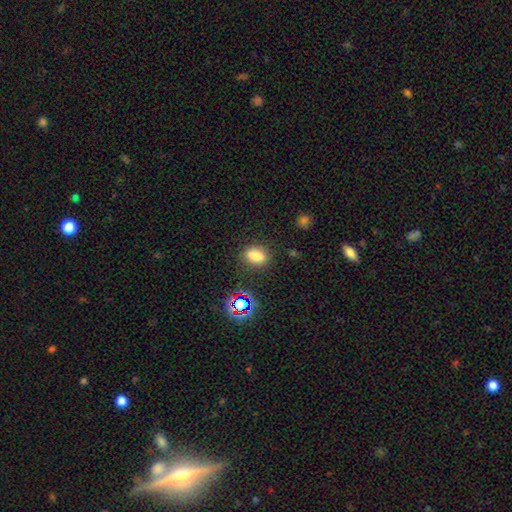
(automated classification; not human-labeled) A smooth galaxy with no disk features (78%) that is in between round and cigar-shaped (78%).

Vote fractions:
- Smooth or featured? smooth: 78% / star or artifact: 15% / featured or disk: 7%
- How rounded? in between: 78% / round: 16% / cigar-shaped: 6%
- Merging? none: 83% / minor disturbance: 11% / major disturbance: 3% / merger: 2%